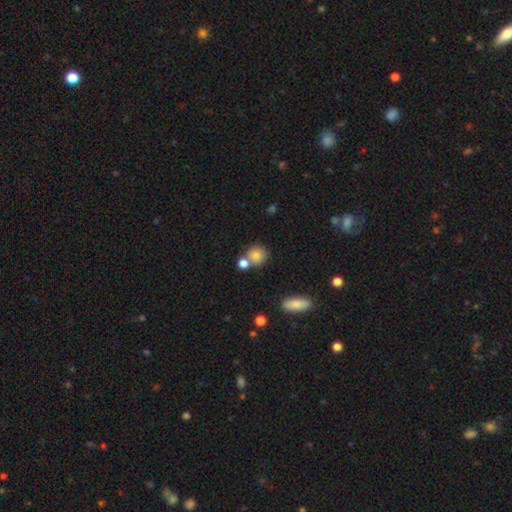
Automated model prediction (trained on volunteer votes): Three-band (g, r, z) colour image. It shows a smooth galaxy with no disk features (82%) that is round (84%). Merging: none (58%).